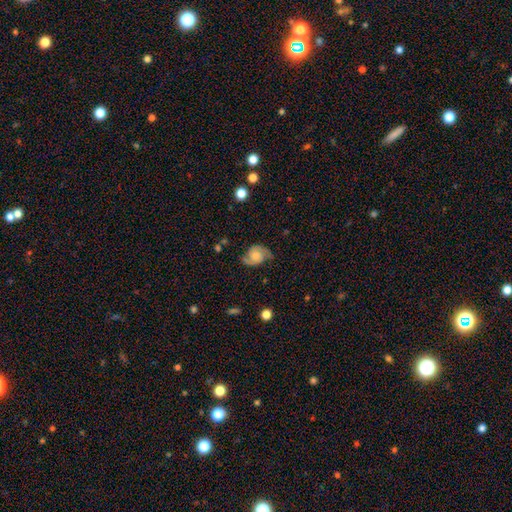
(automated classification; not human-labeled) Smooth or featured? featured or disk (77%)
Edge-on disk? no (98%)
Bar? no (69%)
Spiral arms? yes (96%)
Spiral winding? medium (50%)
Spiral arm count? 2 (91%)
Bulge size? small (35%)
Merging? none (73%)